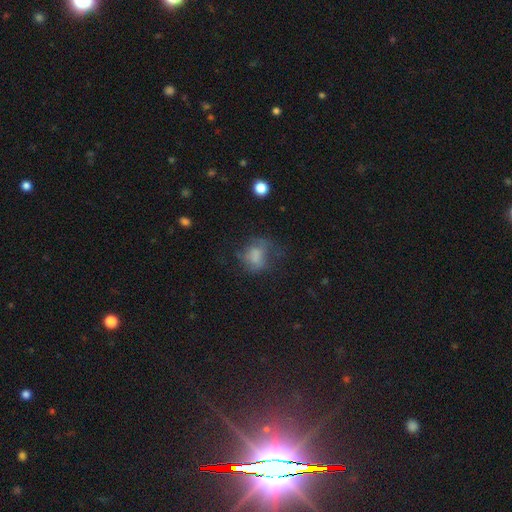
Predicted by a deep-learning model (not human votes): smooth_or_featured: smooth (p=0.59) [alt: featured or disk p=0.27]
how_rounded: round (p=0.52) [alt: in between p=0.47]
merging: none (p=0.37) [alt: major disturbance p=0.35]